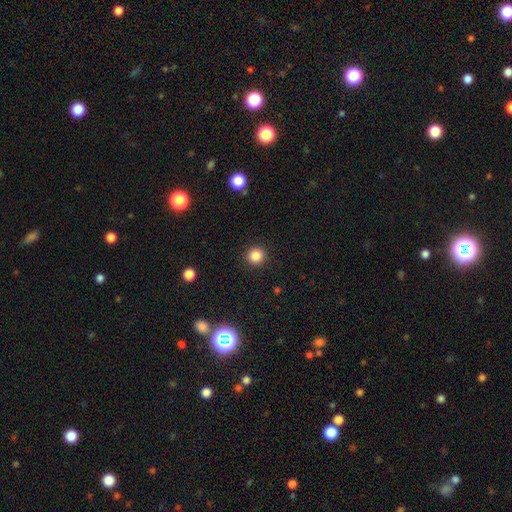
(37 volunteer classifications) Q: Smooth or featured?
A: smooth (89%); runner-up: featured or disk (5%)
Q: How rounded?
A: round (97%); runner-up: in between (3%)
Q: Merging?
A: none (97%); runner-up: minor disturbance (3%)